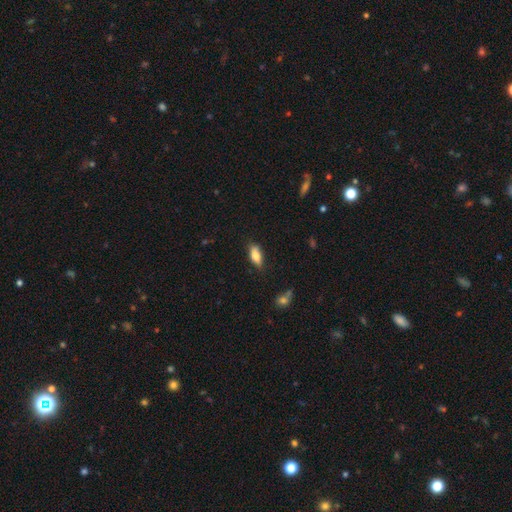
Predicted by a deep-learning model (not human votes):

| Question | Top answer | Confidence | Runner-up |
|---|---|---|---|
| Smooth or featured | smooth | 79% | featured or disk (14%) |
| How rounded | in between | 81% | cigar-shaped (17%) |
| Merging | none | 77% | minor disturbance (18%) |